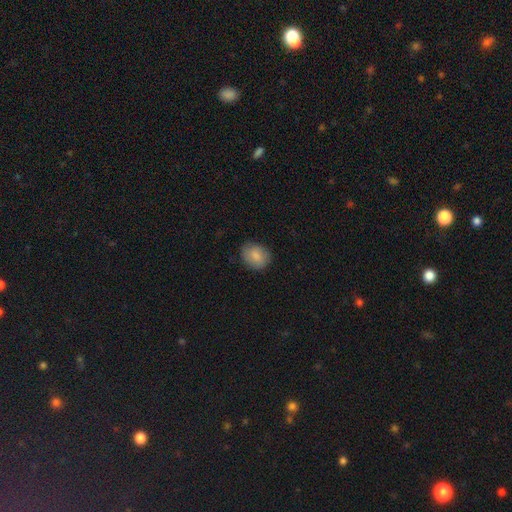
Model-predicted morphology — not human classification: This is clearly a smooth galaxy (86%). How rounded: possibly round (53%). Merging: clearly none (80%).